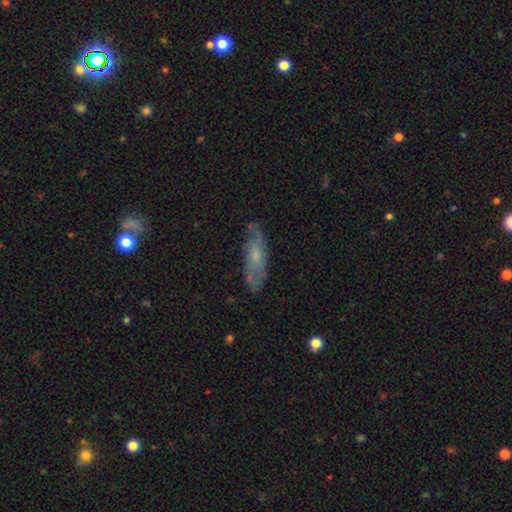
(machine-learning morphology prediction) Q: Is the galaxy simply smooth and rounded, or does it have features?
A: smooth — 51%.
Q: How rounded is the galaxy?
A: cigar-shaped — 50%.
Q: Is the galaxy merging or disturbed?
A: none — 70%.